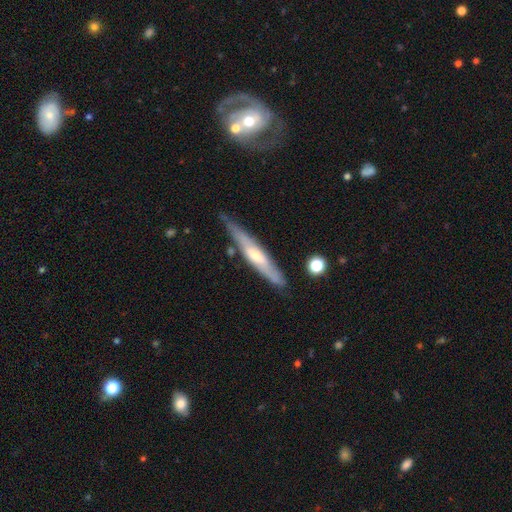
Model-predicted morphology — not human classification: Smooth or featured? Predicted: featured or disk (p=0.61). Edge-on disk? Predicted: yes (p=0.85). Edge-on bulge? Predicted: rounded (p=0.60). Merging? Predicted: none (p=0.77).